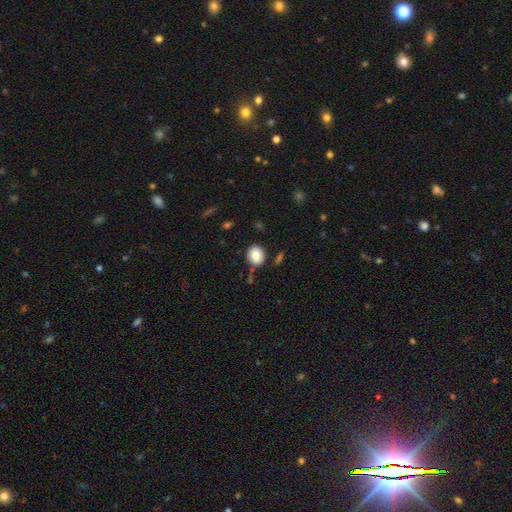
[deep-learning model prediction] Smooth or featured? smooth (84%)
How rounded? round (65%)
Merging? none (81%)